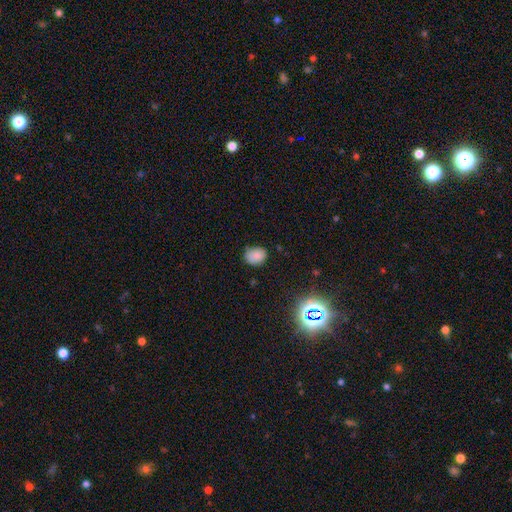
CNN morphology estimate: This is likely a smooth galaxy (80%). How rounded: possibly in between (57%). Merging: likely none (73%).